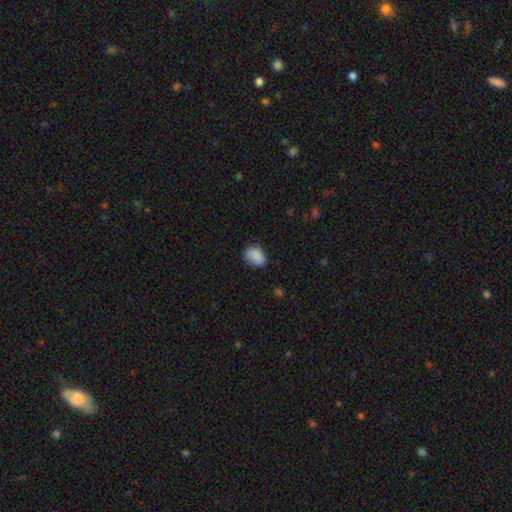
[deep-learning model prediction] Smooth or featured? smooth (88%)
How rounded? in between (69%)
Merging? none (73%)